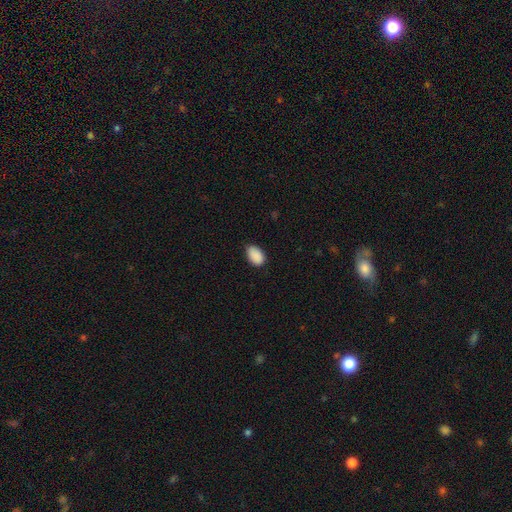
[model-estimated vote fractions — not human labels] Overall: smooth (90%). How rounded: in between (91%). Merging: none (78%).